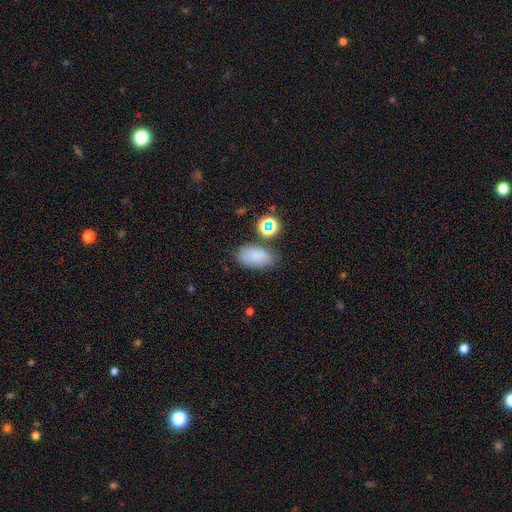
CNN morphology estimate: type=smooth (79%); roundness=in between (90%); merging=none (69%).